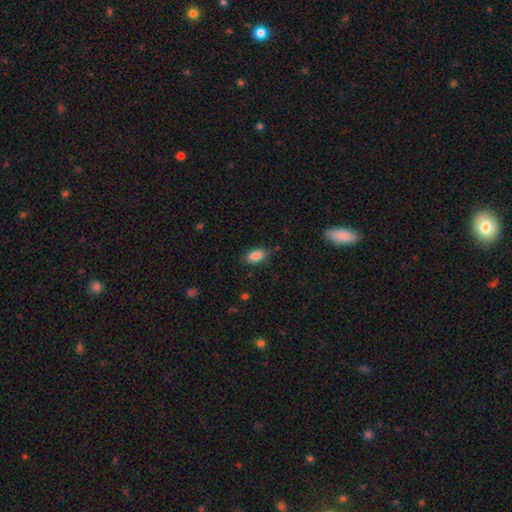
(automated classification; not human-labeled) Smooth or featured? Predicted: smooth (p=0.88). How rounded? Predicted: in between (p=0.91). Merging? Predicted: none (p=0.81).